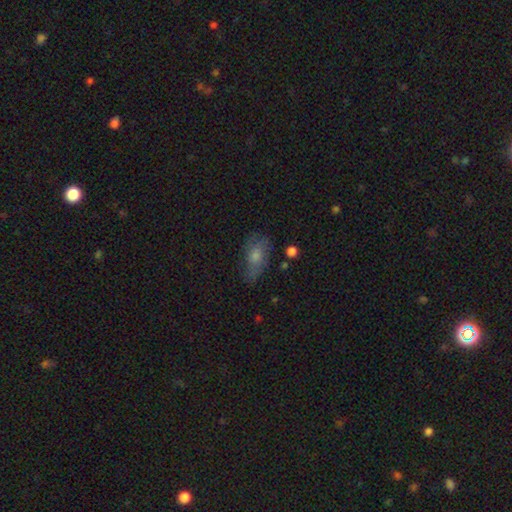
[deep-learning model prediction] The model was most divided on "smooth or featured": smooth: 55%, featured or disk: 31%, star or artifact: 15%. More confident: how rounded — in between (81%); merging — none (61%).